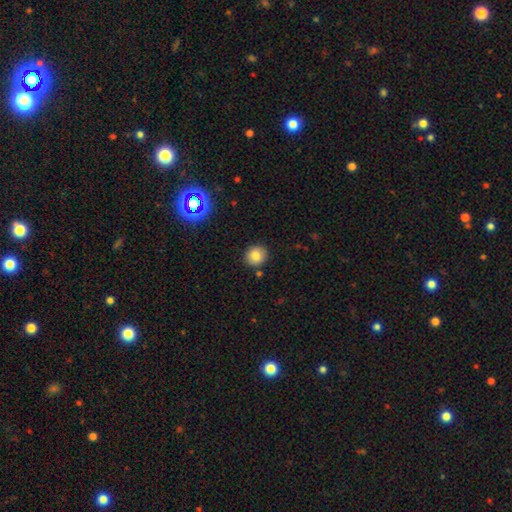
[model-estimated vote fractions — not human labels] Q: Smooth or featured?
A: smooth (81%); runner-up: star or artifact (12%)
Q: How rounded?
A: round (84%); runner-up: in between (15%)
Q: Merging?
A: none (87%); runner-up: minor disturbance (8%)